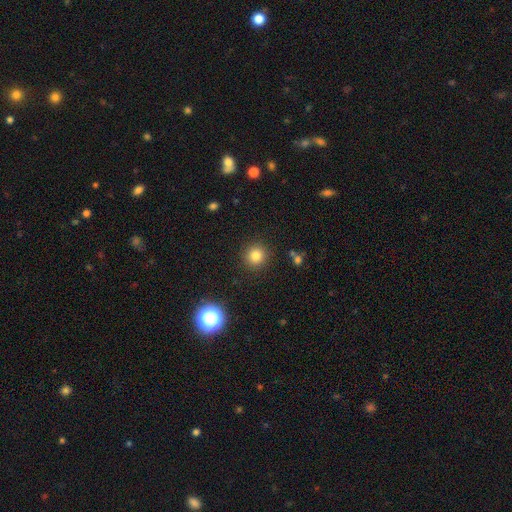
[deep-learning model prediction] This appears to be a smooth galaxy with no disk features (81%) that is round (93%). Merging: none (90%).